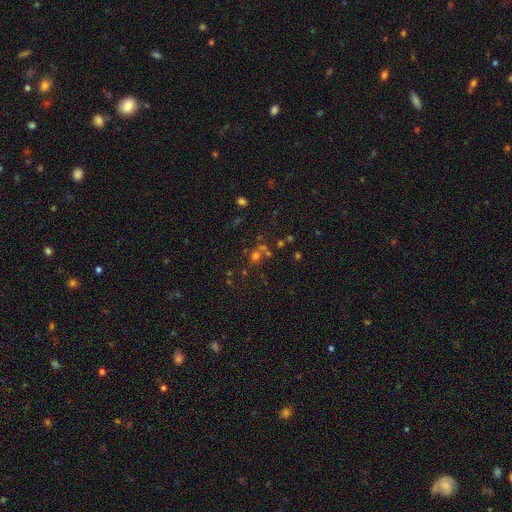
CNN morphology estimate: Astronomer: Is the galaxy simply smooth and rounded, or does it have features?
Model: smooth — 52% (runner-up: star or artifact, 32%).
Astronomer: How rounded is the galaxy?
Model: round — 81%.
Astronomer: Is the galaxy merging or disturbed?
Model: none — 52% (runner-up: merger, 31%).